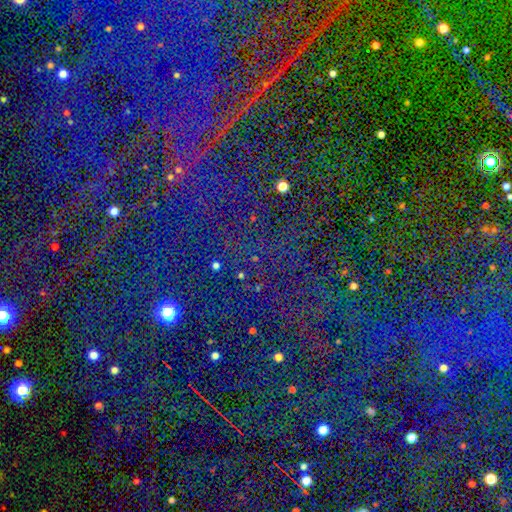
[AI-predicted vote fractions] Overall: star or artifact (85%).